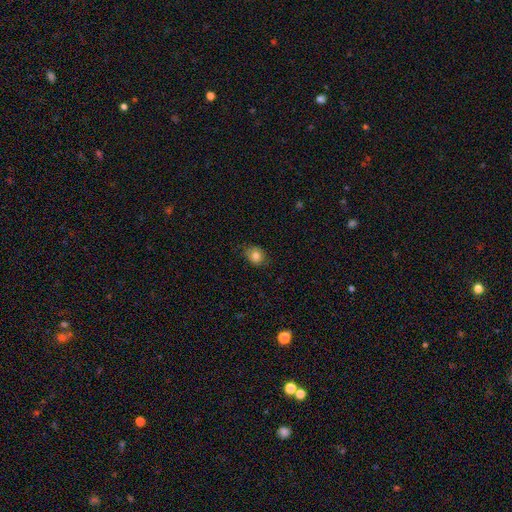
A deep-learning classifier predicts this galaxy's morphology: Overall: smooth (81%). How rounded: round (55%; in between 44%). Merging: none (77%).